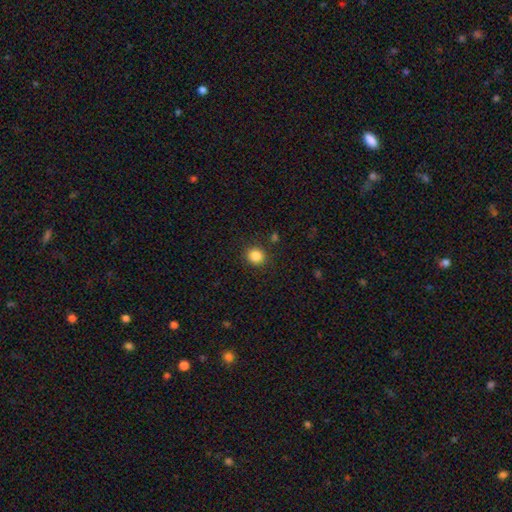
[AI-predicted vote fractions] Smooth or featured? Predicted: smooth (p=0.85). How rounded? Predicted: round (p=0.88). Merging? Predicted: none (p=0.89).